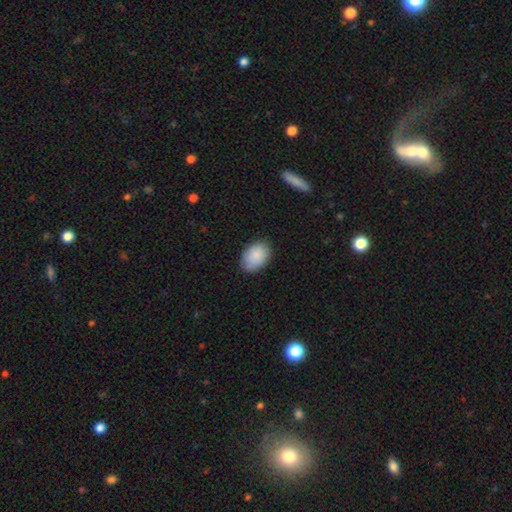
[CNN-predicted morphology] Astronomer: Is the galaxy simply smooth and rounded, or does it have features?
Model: smooth — 89%.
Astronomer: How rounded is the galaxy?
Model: in between — 86%.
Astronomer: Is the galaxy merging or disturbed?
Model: none — 86%.